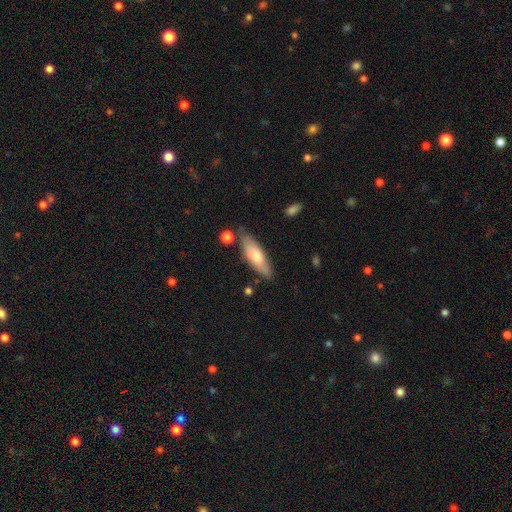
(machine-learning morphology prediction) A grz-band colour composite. It shows a smooth galaxy with no disk features (68%) that is cigar-shaped (49%, tied with in between). Merging: none (71%).